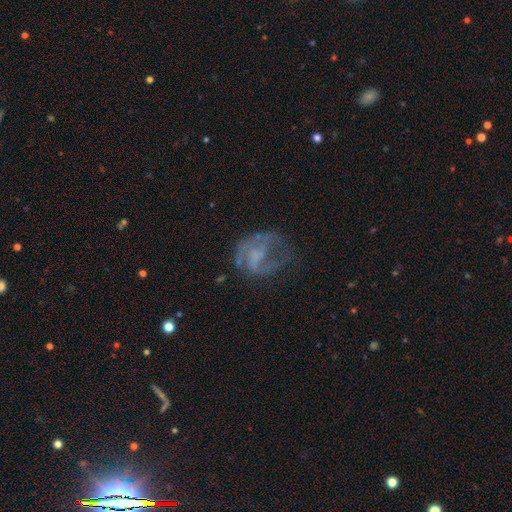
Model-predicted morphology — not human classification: smooth-or-featured: featured or disk: 60% | smooth: 28% | star or artifact: 12%
  disk-edge-on: no: 98% | yes: 2%
    bar: no: 63% | weak: 30% | strong: 7%
    has-spiral-arms: yes: 56% | no: 44%
    bulge-size: none: 60% | small: 20% | moderate: 14% | large: 4% | dominant: 1%
  merging: major disturbance: 39% | none: 36% | minor disturbance: 22% | merger: 3%